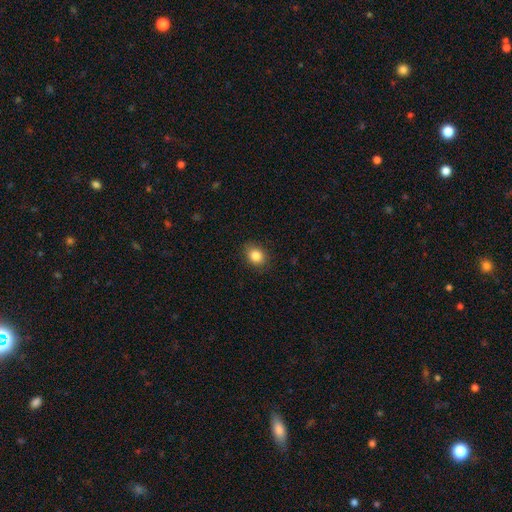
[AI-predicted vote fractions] This appears to be a smooth galaxy with no disk features (84%) that is in between round and cigar-shaped (50%). Merging: none (87%).